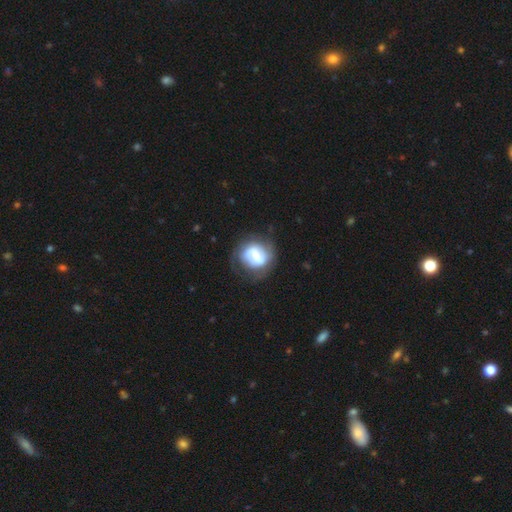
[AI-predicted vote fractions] Smooth or featured?
  - featured or disk: 61% *
  - smooth: 33%
  - star or artifact: 7%
Edge-on disk?
  - no: 97% *
  - yes: 3%
Bar?
  - weak: 44% *
  - strong: 30%
  - no: 26%
Spiral arms?
  - yes: 69% *
  - no: 31%
Bulge size?
  - small: 42% *
  - moderate: 39%
  - large: 10%
  - none: 6%
  - dominant: 2%
Merging?
  - none: 64% *
  - minor disturbance: 20%
  - major disturbance: 13%
  - merger: 2%